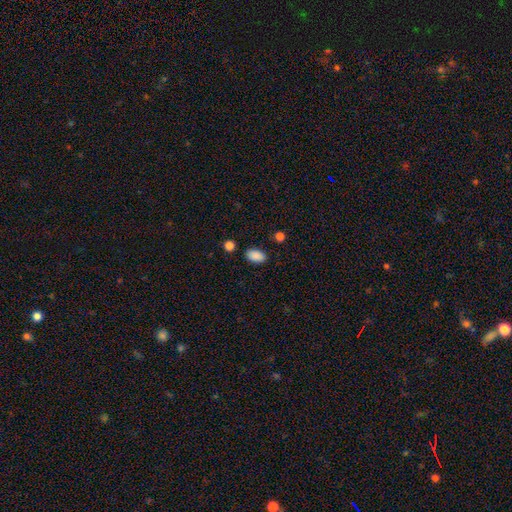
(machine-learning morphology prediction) Smooth or featured? smooth (89%)
How rounded? in between (93%)
Merging? none (86%)